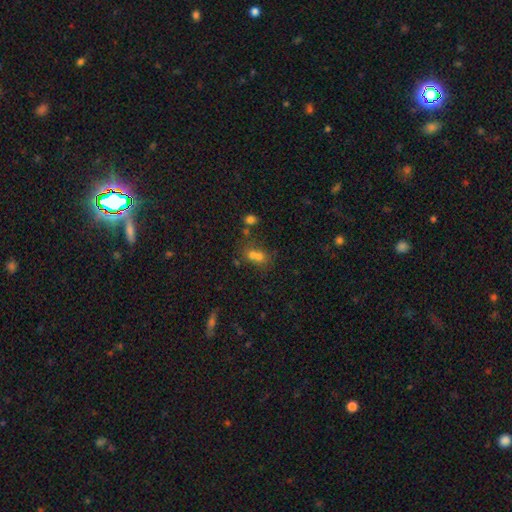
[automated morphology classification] Smooth or featured?
  - smooth: 63% *
  - star or artifact: 19%
  - featured or disk: 18%
How rounded?
  - round: 69% *
  - in between: 30%
  - cigar-shaped: 1%
Merging?
  - merger: 61% *
  - none: 28%
  - minor disturbance: 6%
  - major disturbance: 4%